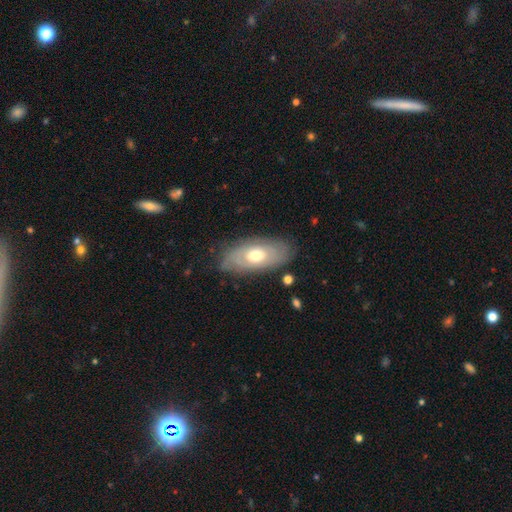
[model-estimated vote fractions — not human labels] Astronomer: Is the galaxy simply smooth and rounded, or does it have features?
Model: featured or disk — 49% (runner-up: smooth, 45%).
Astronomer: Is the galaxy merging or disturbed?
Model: none — 75%.